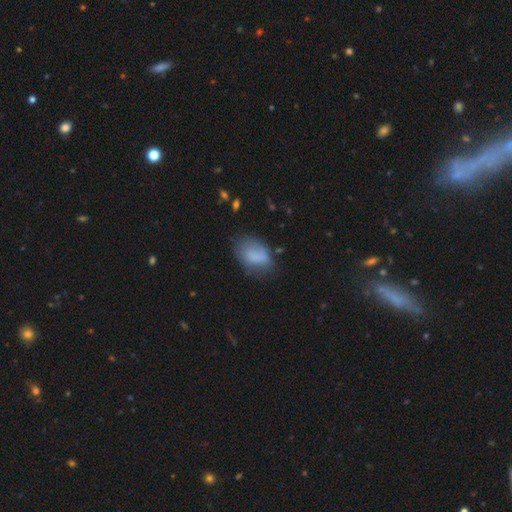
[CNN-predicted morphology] smooth 77%, featured or disk 15%, star or artifact 8%. Down the decision tree: how rounded — in between (85%); merging — none (52%).